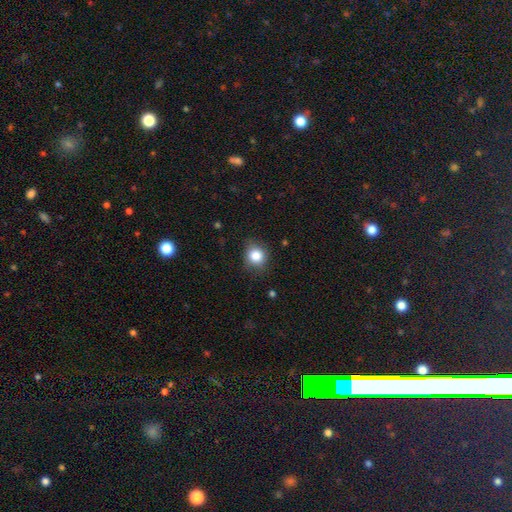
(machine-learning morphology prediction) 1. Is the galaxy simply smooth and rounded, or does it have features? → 84% smooth, 10% star or artifact, 6% featured or disk.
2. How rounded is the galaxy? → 76% round, 23% in between, 1% cigar-shaped.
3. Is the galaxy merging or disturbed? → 77% none, 17% minor disturbance, 4% major disturbance, 1% merger.